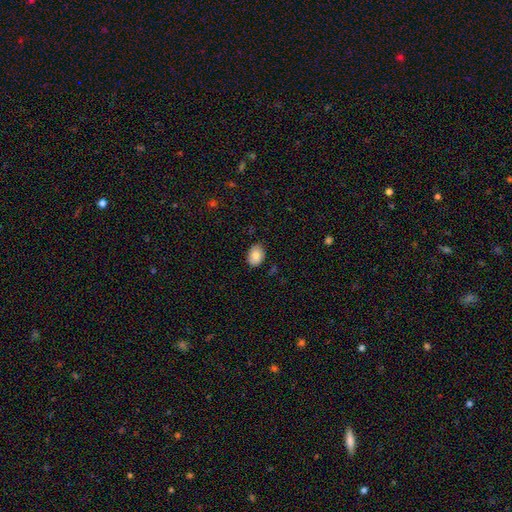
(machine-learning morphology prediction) Overall: smooth (81%). How rounded: in between (78%). Merging: none (82%).